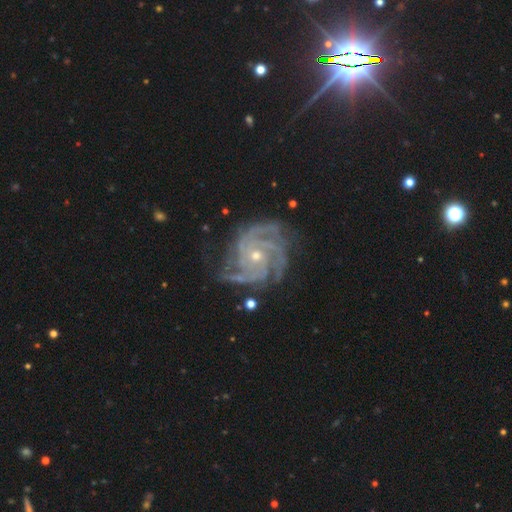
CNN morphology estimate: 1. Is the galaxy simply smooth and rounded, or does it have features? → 92% featured or disk, 5% star or artifact, 3% smooth.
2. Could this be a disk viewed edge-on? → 98% no, 2% yes.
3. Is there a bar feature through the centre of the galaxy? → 73% no, 20% weak, 7% strong.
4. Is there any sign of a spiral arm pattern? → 99% yes, 1% no.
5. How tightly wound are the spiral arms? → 70% tight, 26% medium, 3% loose.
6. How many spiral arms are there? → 33% 4, 26% 3, 14% more than 4, 12% can't tell, 9% 2, 7% 1.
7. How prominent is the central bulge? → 62% small, 36% moderate, 1% large, 1% none, 1% dominant.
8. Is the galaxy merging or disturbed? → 72% none, 19% minor disturbance, 7% major disturbance, 2% merger.